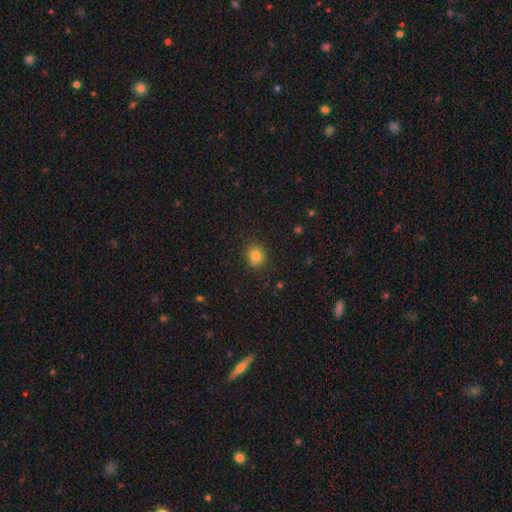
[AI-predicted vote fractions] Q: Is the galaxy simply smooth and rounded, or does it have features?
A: smooth — 82%.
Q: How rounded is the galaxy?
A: round — 77%.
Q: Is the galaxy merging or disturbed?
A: none — 87%.